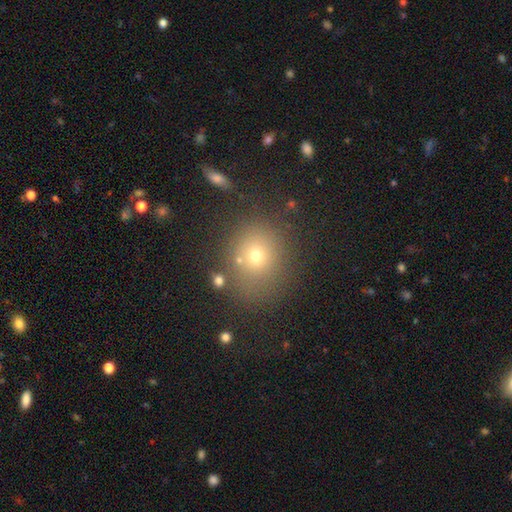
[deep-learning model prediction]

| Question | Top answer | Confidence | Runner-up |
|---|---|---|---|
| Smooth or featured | smooth | 68% | star or artifact (20%) |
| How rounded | round | 77% | in between (22%) |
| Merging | none | 77% | minor disturbance (12%) |